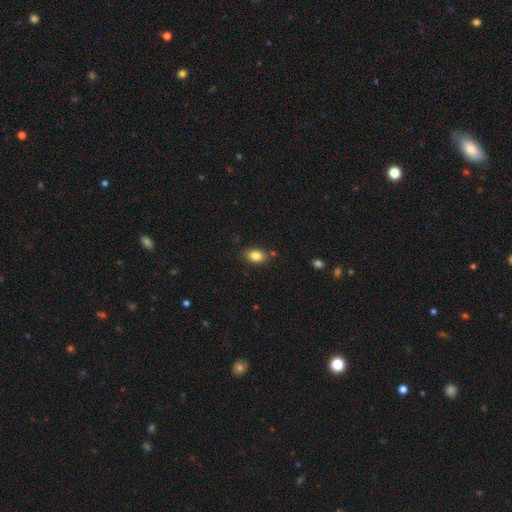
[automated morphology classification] type=smooth (84%); roundness=in between (82%); merging=none (81%).